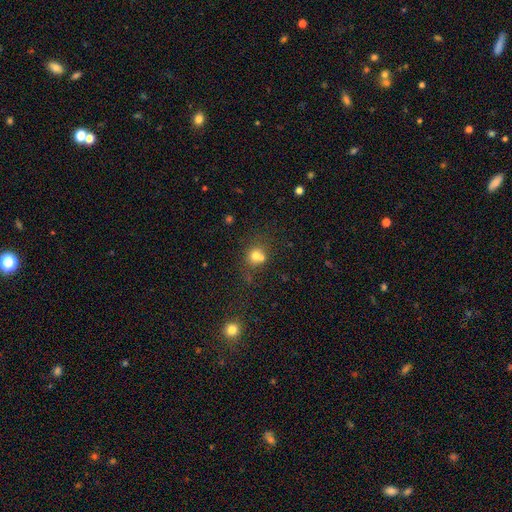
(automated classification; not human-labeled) Morphology: type=smooth (70%); roundness=round (82%); merging=none (46%).